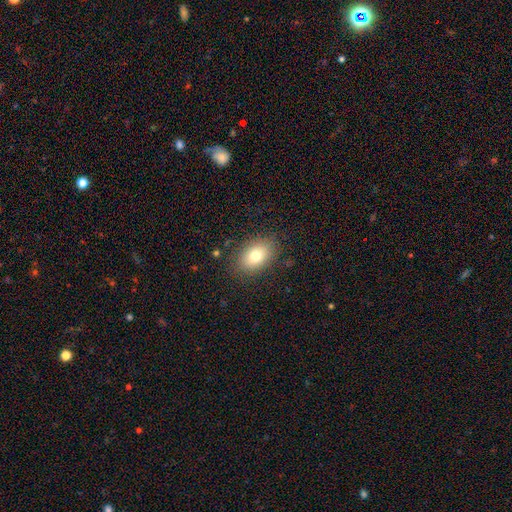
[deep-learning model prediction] This is likely a smooth galaxy (77%). How rounded: clearly in between (82%). Merging: clearly none (85%).